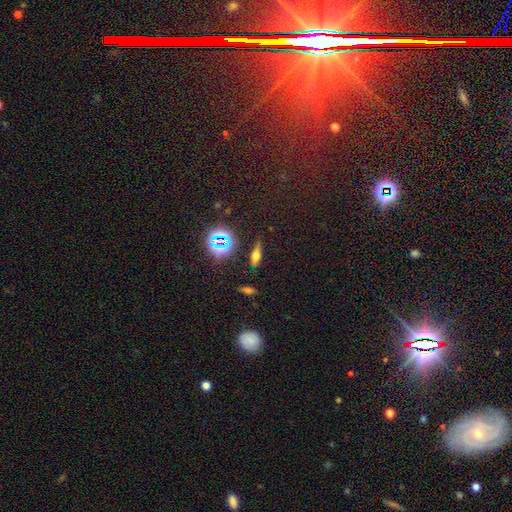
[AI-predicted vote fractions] Smooth or featured? smooth (42%)
Merging? none (79%)